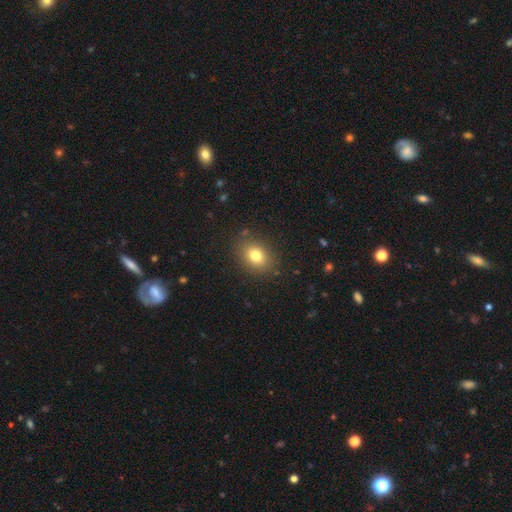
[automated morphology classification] Smooth or featured: smooth — 78% (star or artifact — 12%)
How rounded: in between — 58% (round — 41%)
Merging: none — 86% (minor disturbance — 10%)